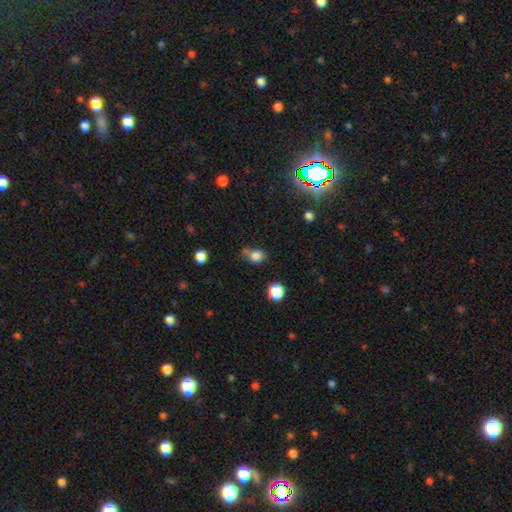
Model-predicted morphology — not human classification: Smooth or featured?
  - smooth: 80% *
  - star or artifact: 14%
  - featured or disk: 6%
How rounded?
  - round: 59% *
  - in between: 40%
  - cigar-shaped: 1%
Merging?
  - none: 57% *
  - merger: 19%
  - minor disturbance: 18%
  - major disturbance: 6%